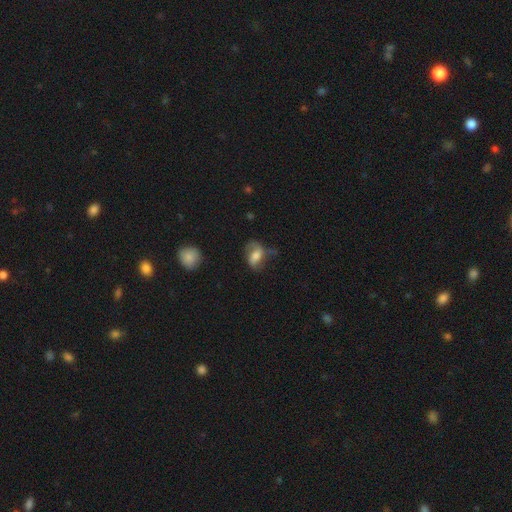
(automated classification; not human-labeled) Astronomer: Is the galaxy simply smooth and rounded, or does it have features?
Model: smooth — 48% (runner-up: featured or disk, 44%).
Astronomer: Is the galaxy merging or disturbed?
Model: none — 44% (runner-up: minor disturbance, 30%).